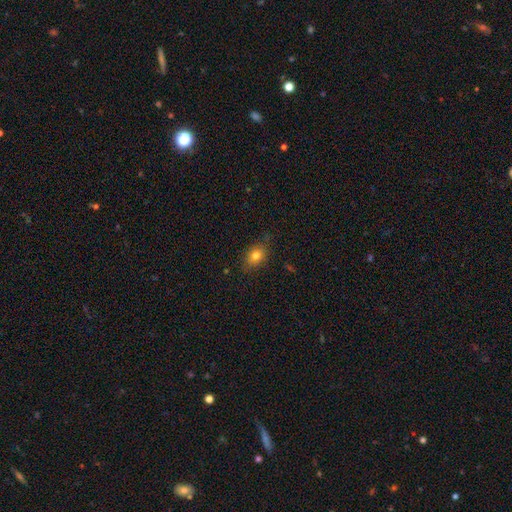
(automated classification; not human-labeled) Smooth or featured? smooth (79%)
How rounded? in between (72%)
Merging? none (80%)